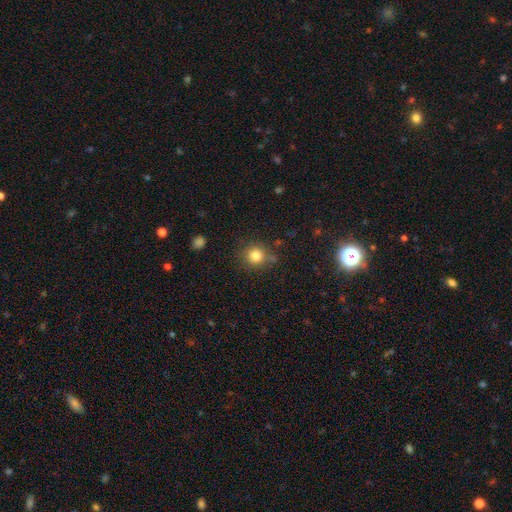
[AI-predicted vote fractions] A smooth galaxy with no disk features (83%) that is round (92%). Merging: none (80%).